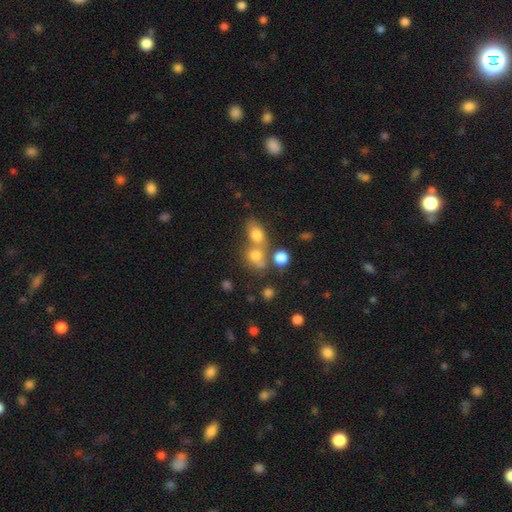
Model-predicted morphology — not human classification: Overall: smooth (72%). How rounded: round (60%; in between 38%). Merging: merger (48%; none 37%).